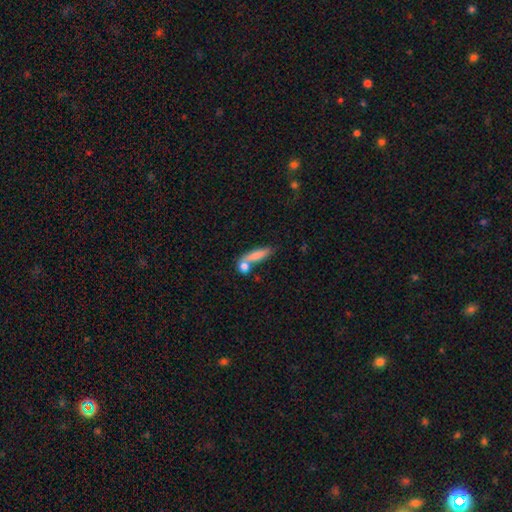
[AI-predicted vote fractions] Overall: smooth (76%). How rounded: cigar-shaped (57%; in between 36%). Merging: none (44%; merger 37%).